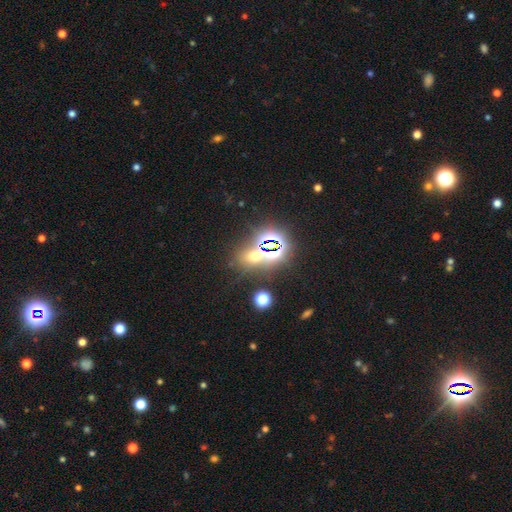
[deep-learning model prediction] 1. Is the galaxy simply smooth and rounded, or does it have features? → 50% star or artifact, 41% smooth, 10% featured or disk.